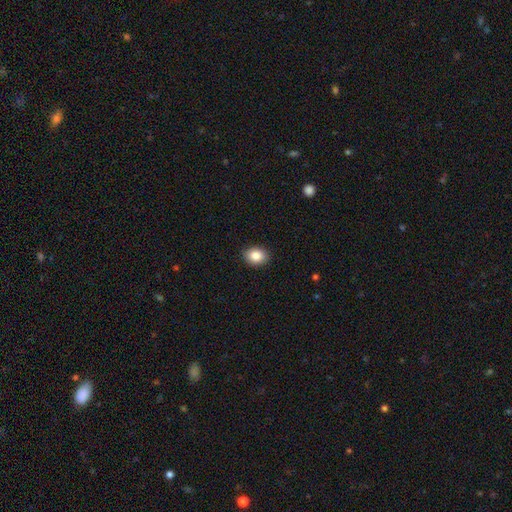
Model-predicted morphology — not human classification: A smooth galaxy with no disk features (86%) that is in between round and cigar-shaped (60%).

Vote fractions:
- Smooth or featured? smooth: 86% / star or artifact: 8% / featured or disk: 5%
- How rounded? in between: 60% / round: 39% / cigar-shaped: 1%
- Merging? none: 90% / minor disturbance: 7% / major disturbance: 2% / merger: 1%